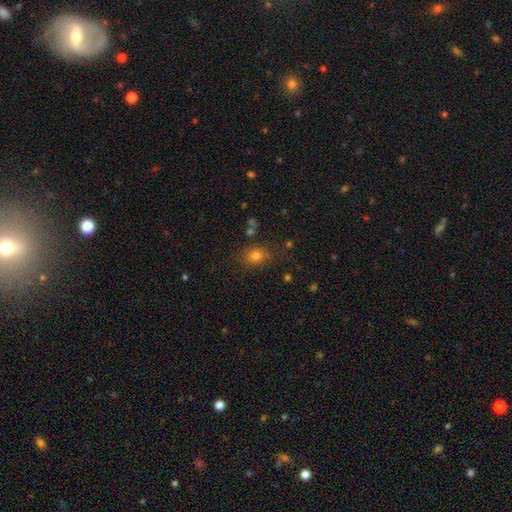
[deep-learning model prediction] smooth 75%, star or artifact 18%, featured or disk 7%. Down the decision tree: how rounded — round (65%); merging — none (77%).